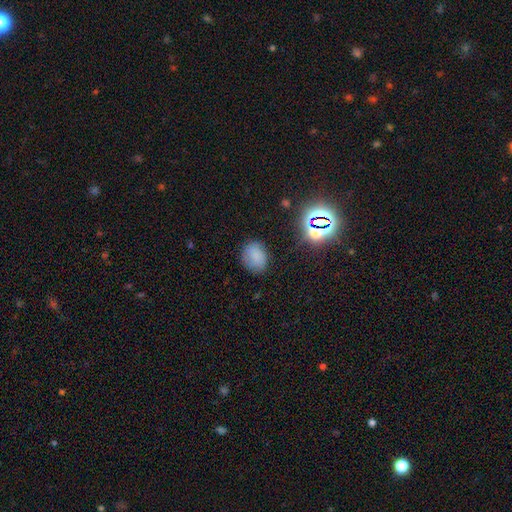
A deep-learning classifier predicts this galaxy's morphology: A smooth galaxy with no disk features (76%) that is round (51%). Merging: none (77%).